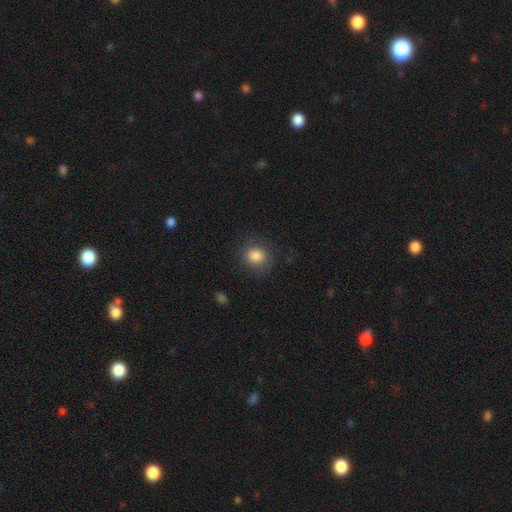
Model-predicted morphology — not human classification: This appears to be a smooth galaxy with no disk features (85%) that is round (82%). Merging: none (82%).